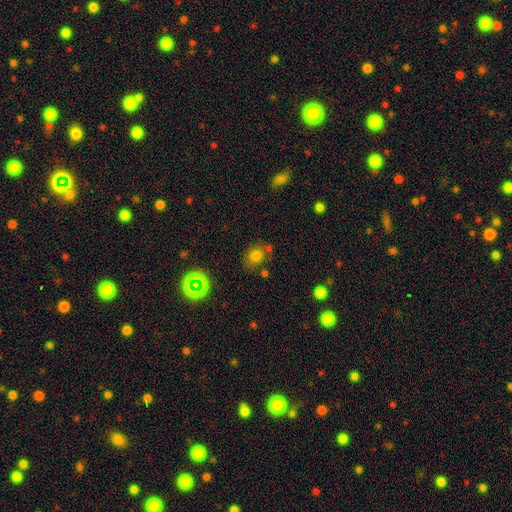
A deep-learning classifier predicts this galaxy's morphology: type=smooth (72%); roundness=round (61%); merging=none (68%).